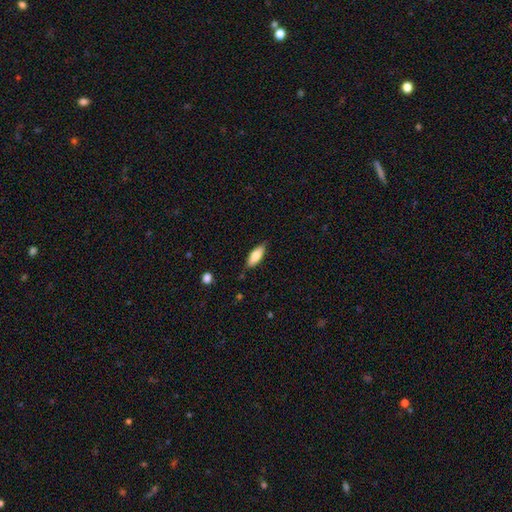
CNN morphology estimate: smooth 79%, featured or disk 15%, star or artifact 6%. Down the decision tree: how rounded — in between (74%); merging — none (82%).